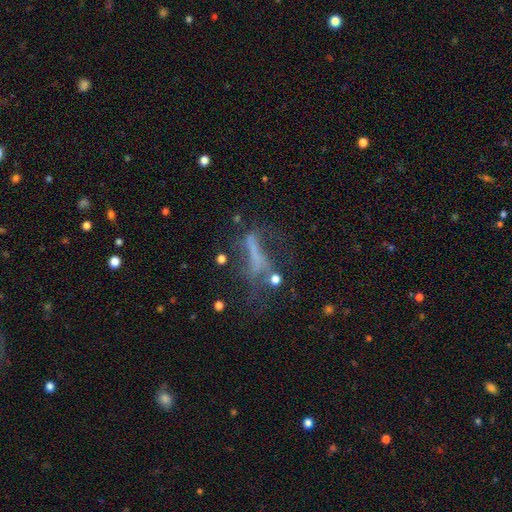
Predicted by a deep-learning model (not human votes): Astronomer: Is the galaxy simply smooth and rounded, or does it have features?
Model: featured or disk — 45% (runner-up: smooth, 30%).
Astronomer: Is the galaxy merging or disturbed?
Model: major disturbance — 39% (runner-up: none, 33%).